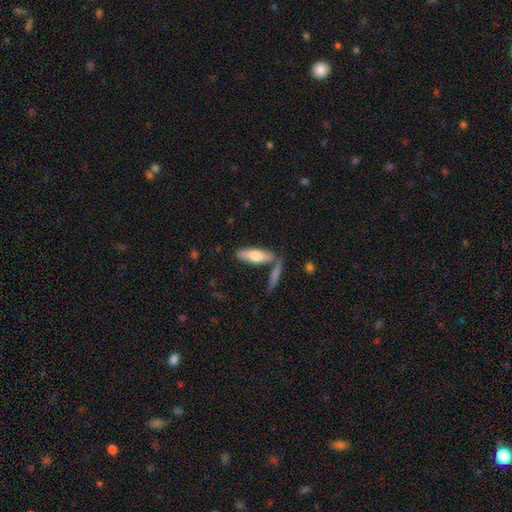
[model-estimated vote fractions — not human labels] Smooth or featured: smooth — 65% (featured or disk — 30%)
How rounded: cigar-shaped — 56% (in between — 42%)
Merging: none — 71% (merger — 13%)